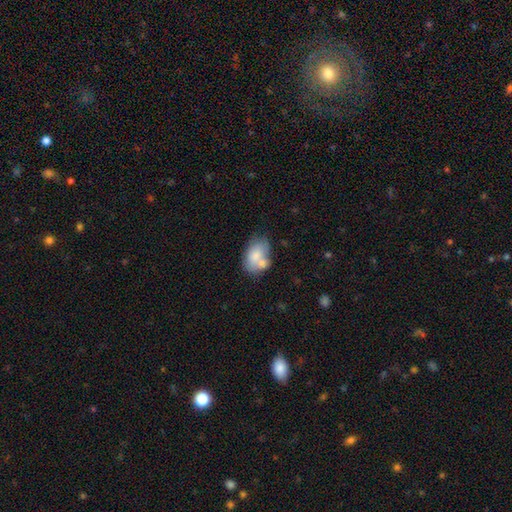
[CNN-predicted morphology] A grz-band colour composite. It shows a smooth galaxy with no disk features (75%) that is in between round and cigar-shaped (87%). Merging: merger (38%, tied with none).